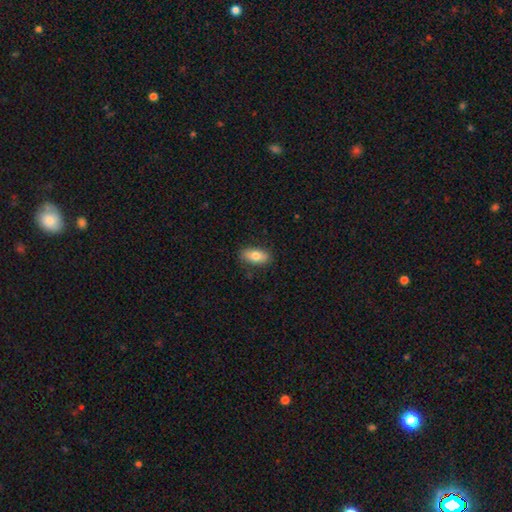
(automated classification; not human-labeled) smooth-or-featured: smooth: 78% | featured or disk: 15% | star or artifact: 7%
  how-rounded: in between: 88% | cigar-shaped: 8% | round: 4%
  merging: none: 85% | minor disturbance: 12% | major disturbance: 2% | merger: 1%